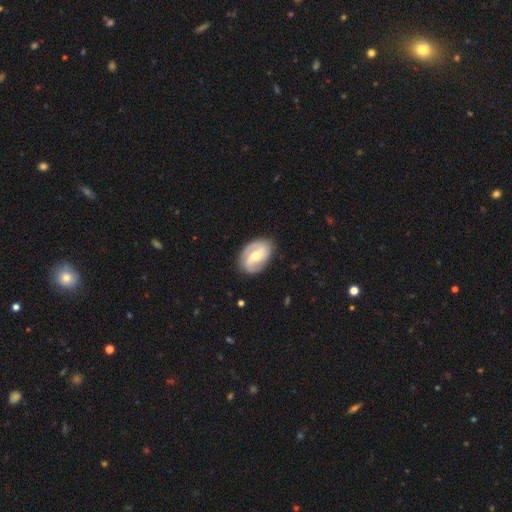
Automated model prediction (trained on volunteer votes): Smooth or featured: featured or disk — 78% (smooth — 17%)
Edge-on disk: no — 97% (yes — 3%)
Bar: weak — 45% (no — 31%)
Spiral arms: yes — 91% (no — 9%)
Spiral winding: medium — 43% (tight — 31%)
Spiral arm count: 2 — 79% (can't tell — 9%)
Bulge size: moderate — 60% (small — 36%)
Merging: none — 81% (minor disturbance — 13%)